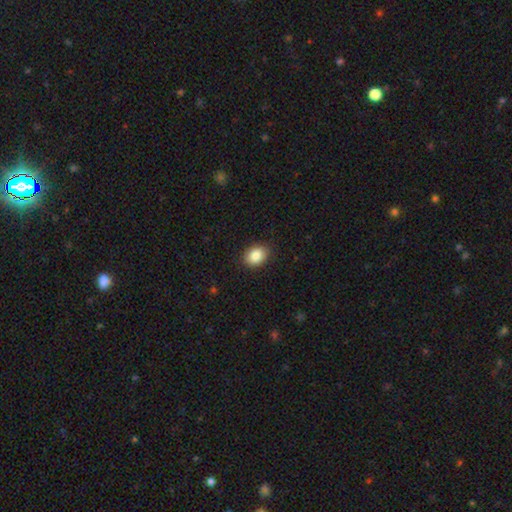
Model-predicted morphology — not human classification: smooth 86%, star or artifact 8%, featured or disk 6%. Down the decision tree: how rounded — in between (63%); merging — none (87%).